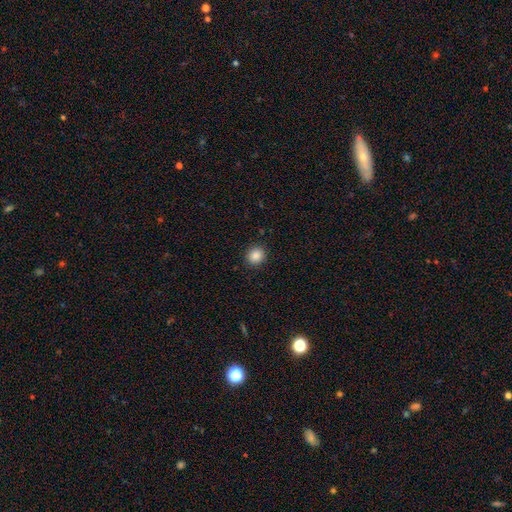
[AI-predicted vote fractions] smooth-or-featured: smooth: 86% | star or artifact: 10% | featured or disk: 4%
  how-rounded: round: 86% | in between: 13% | cigar-shaped: 1%
  merging: none: 91% | minor disturbance: 6% | major disturbance: 2% | merger: 1%